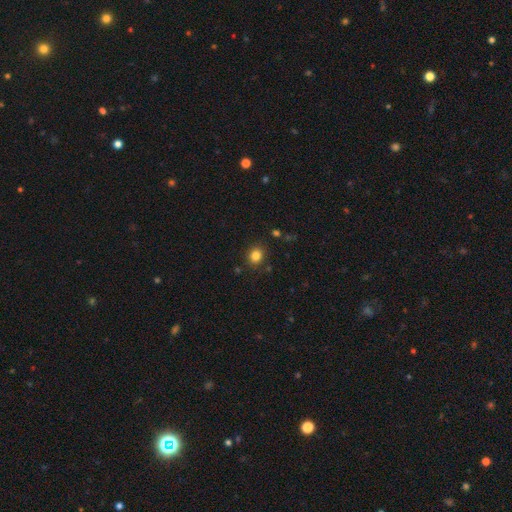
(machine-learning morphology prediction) This appears to be a smooth galaxy with no disk features (83%) that is round (74%). Merging: none (87%).